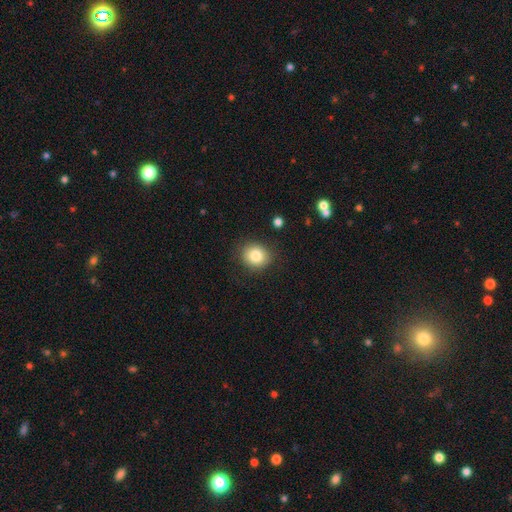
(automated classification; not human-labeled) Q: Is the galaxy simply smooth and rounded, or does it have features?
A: smooth — 83%.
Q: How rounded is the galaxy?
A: round — 74%.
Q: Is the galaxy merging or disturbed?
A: none — 86%.